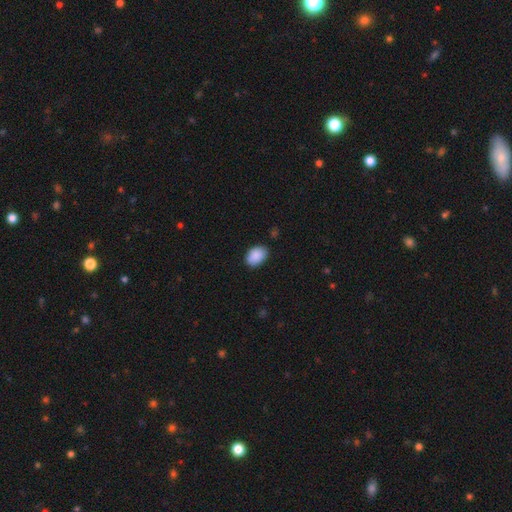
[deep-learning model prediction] smooth_or_featured: smooth (p=0.89) [alt: star or artifact p=0.07]
how_rounded: in between (p=0.83) [alt: round p=0.15]
merging: none (p=0.82) [alt: minor disturbance p=0.14]